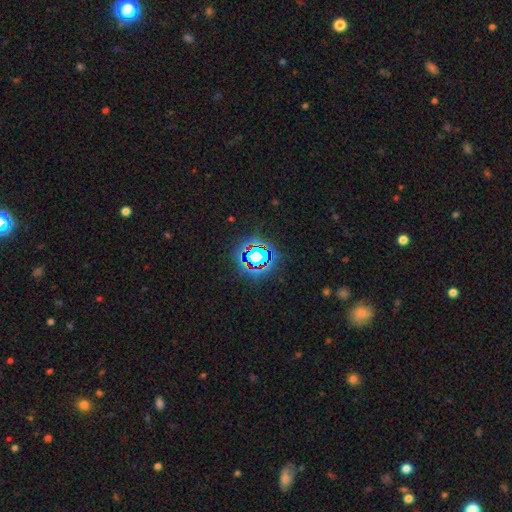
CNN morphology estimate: Smooth or featured: star or artifact — 72% (smooth — 17%)